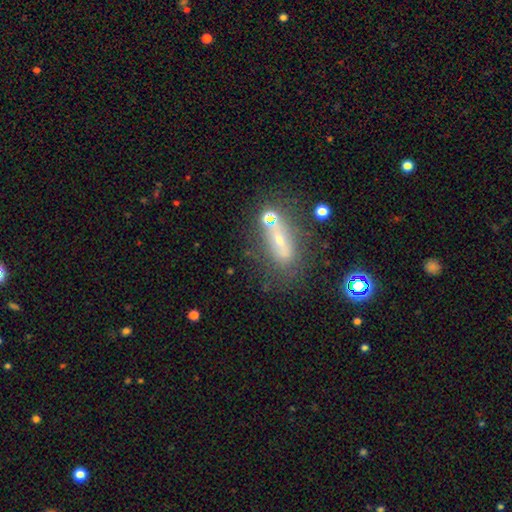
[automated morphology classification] type=smooth (46%); merging=none (46%).